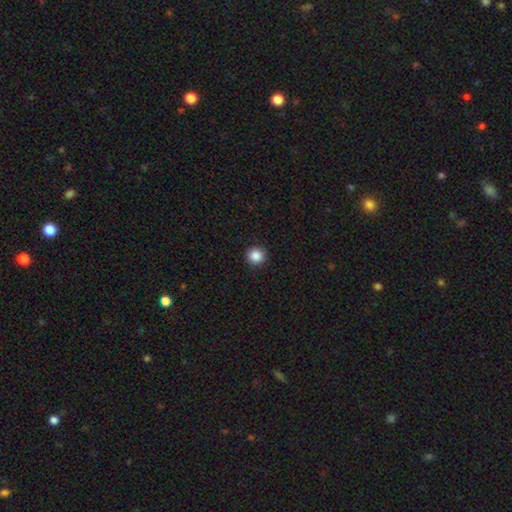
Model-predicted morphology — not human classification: This is clearly a smooth galaxy (87%). How rounded: clearly round (95%). Merging: clearly none (92%).